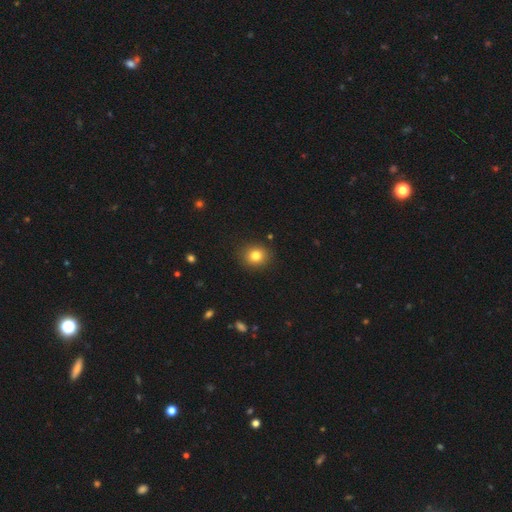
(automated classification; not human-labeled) A smooth galaxy with no disk features (81%) that is round (76%).

Vote fractions:
- Smooth or featured? smooth: 81% / star or artifact: 12% / featured or disk: 7%
- How rounded? round: 76% / in between: 23% / cigar-shaped: 1%
- Merging? none: 89% / minor disturbance: 7% / major disturbance: 2% / merger: 1%